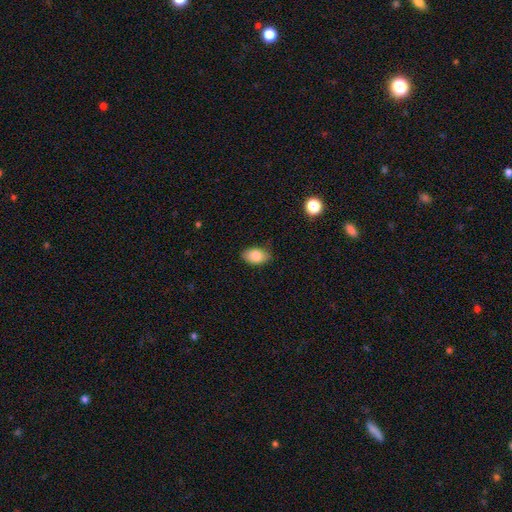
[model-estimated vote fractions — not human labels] Q: Smooth or featured?
A: smooth (83%); runner-up: featured or disk (9%)
Q: How rounded?
A: in between (90%); runner-up: round (9%)
Q: Merging?
A: none (80%); runner-up: minor disturbance (16%)